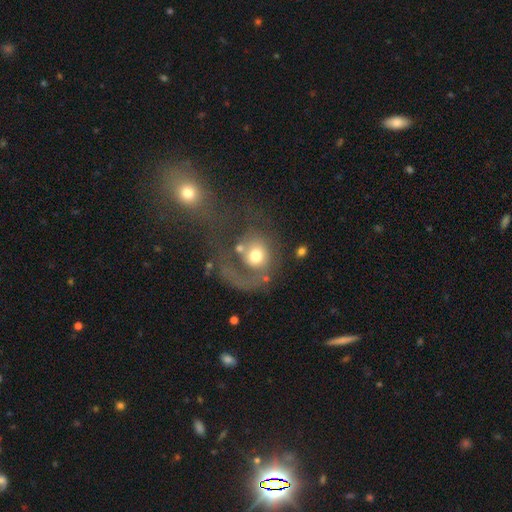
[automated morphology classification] Q: Smooth or featured?
A: featured or disk (46%); runner-up: smooth (44%)
Q: Merging?
A: major disturbance (50%); runner-up: none (25%)